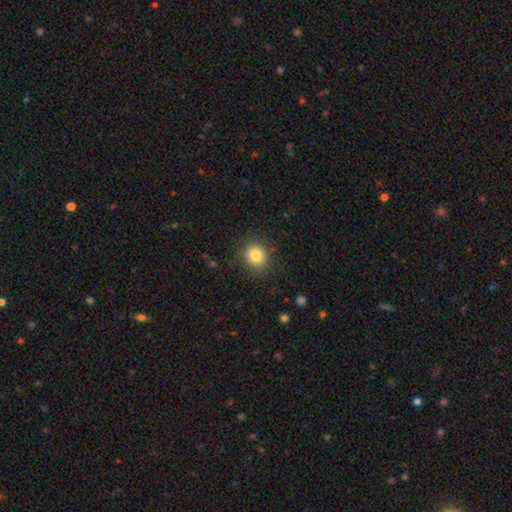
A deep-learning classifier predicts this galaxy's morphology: Q: Smooth or featured?
A: smooth (83%); runner-up: star or artifact (11%)
Q: How rounded?
A: round (85%); runner-up: in between (14%)
Q: Merging?
A: none (87%); runner-up: minor disturbance (9%)